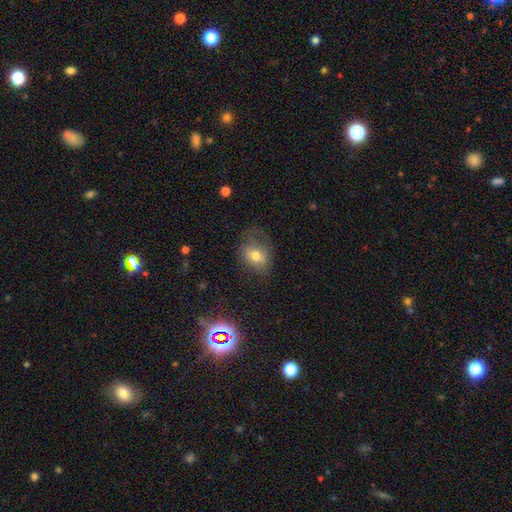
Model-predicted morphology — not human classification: A smooth galaxy with no disk features (70%) that is in between round and cigar-shaped (65%).

Vote fractions:
- Smooth or featured? smooth: 70% / featured or disk: 19% / star or artifact: 11%
- How rounded? in between: 65% / round: 34% / cigar-shaped: 1%
- Merging? none: 53% / minor disturbance: 26% / major disturbance: 19% / merger: 2%